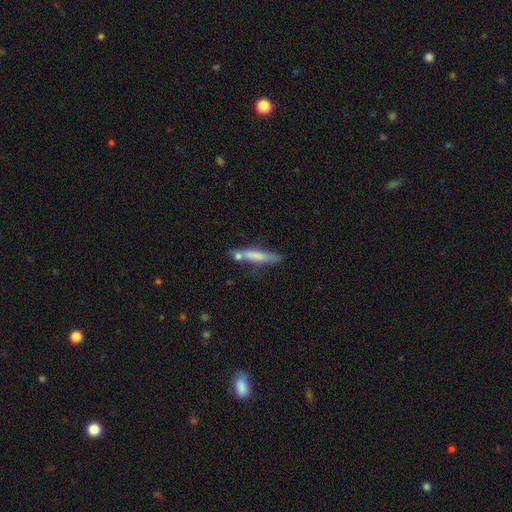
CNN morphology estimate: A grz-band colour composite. It shows a smooth galaxy with no disk features (64%) that is cigar-shaped (89%). Merging: none (54%).